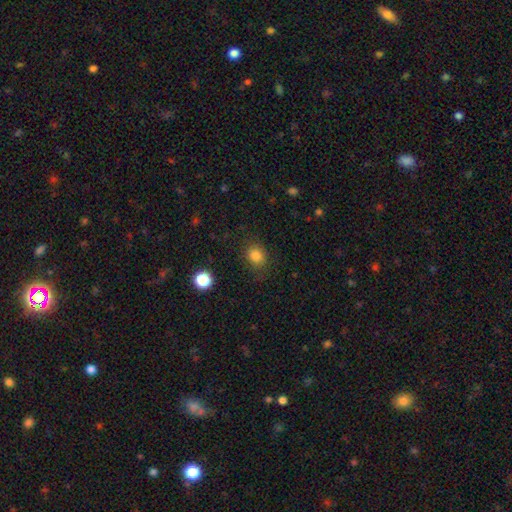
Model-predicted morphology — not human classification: smooth 82%, star or artifact 13%, featured or disk 5%. Down the decision tree: how rounded — round (65%); merging — none (81%).